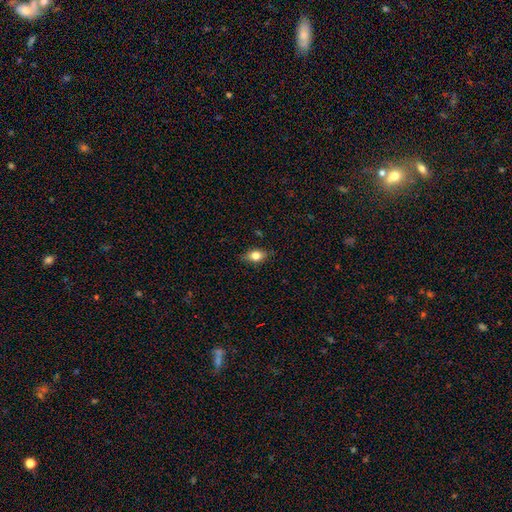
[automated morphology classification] This is likely a smooth galaxy (76%). How rounded: likely in between (78%). Merging: clearly none (82%).